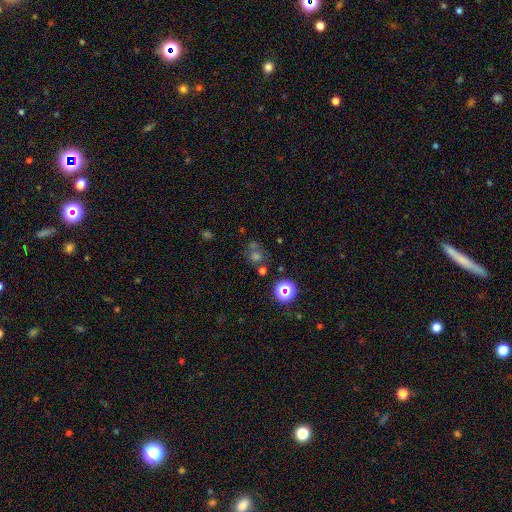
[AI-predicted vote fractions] Q: Smooth or featured?
A: star or artifact (44%); runner-up: smooth (42%)